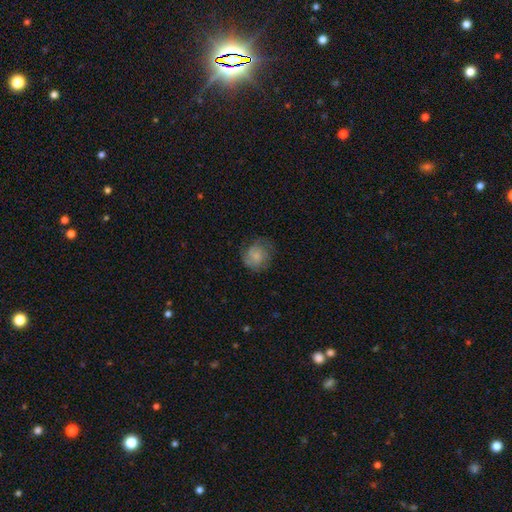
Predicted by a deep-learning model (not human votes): Morphology: type=smooth (54%); roundness=round (80%); merging=none (65%).